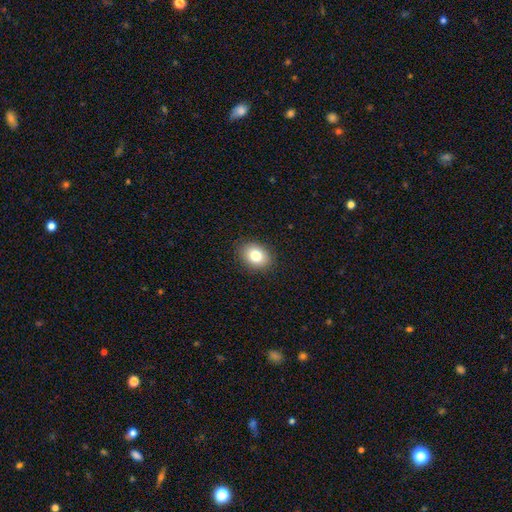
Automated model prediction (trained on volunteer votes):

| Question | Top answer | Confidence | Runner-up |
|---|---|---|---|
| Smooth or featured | smooth | 81% | star or artifact (10%) |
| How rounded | in between | 60% | round (39%) |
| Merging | none | 89% | minor disturbance (8%) |